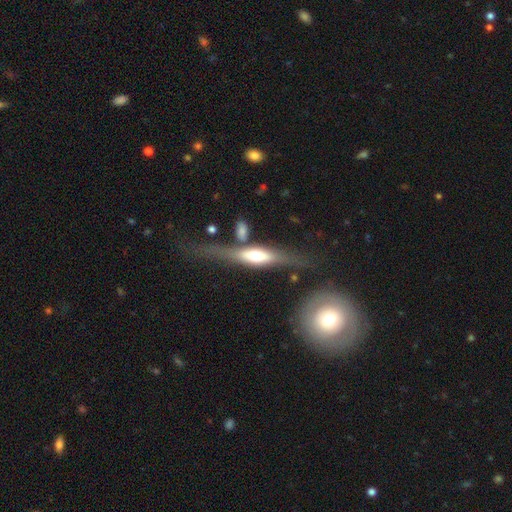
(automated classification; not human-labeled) smooth-or-featured: featured or disk: 66% | smooth: 28% | star or artifact: 6%
  disk-edge-on: yes: 89% | no: 11%
    edge-on-bulge: rounded: 79% | boxy: 16% | none: 5%
  merging: none: 59% | minor disturbance: 19% | major disturbance: 11% | merger: 11%